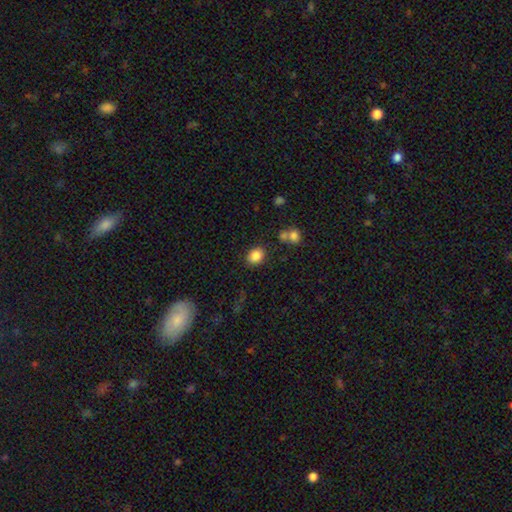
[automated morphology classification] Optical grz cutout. It shows a smooth galaxy with no disk features (85%) that is in between round and cigar-shaped (58%). Merging: none (82%).